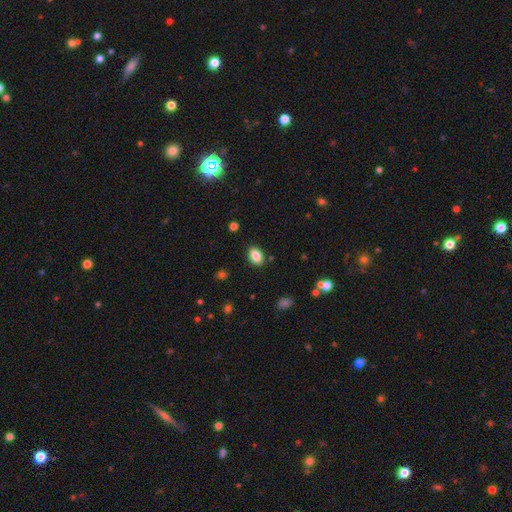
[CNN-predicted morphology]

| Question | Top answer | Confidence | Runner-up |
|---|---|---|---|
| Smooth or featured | smooth | 85% | star or artifact (9%) |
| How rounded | in between | 84% | round (15%) |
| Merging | none | 87% | minor disturbance (9%) |